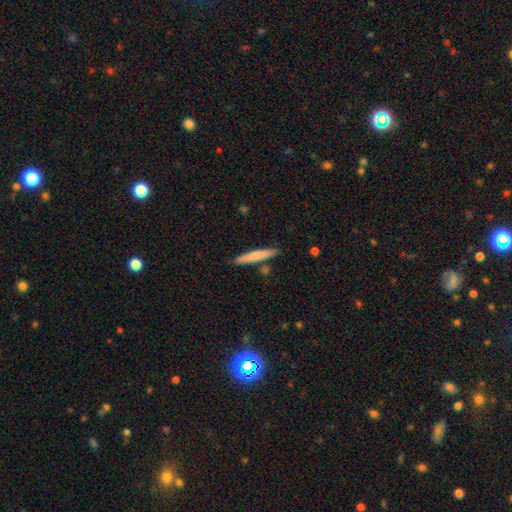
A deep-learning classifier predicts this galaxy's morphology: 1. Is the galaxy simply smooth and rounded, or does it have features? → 69% smooth, 26% featured or disk, 5% star or artifact.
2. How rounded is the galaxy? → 94% cigar-shaped, 5% in between, 1% round.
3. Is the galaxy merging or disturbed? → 85% none, 9% minor disturbance, 4% merger, 2% major disturbance.